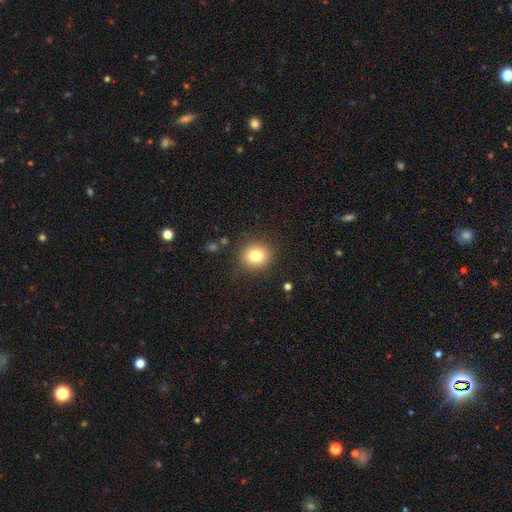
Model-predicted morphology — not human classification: Smooth or featured: smooth — 79% (star or artifact — 12%)
How rounded: round — 87% (in between — 12%)
Merging: none — 87% (minor disturbance — 8%)